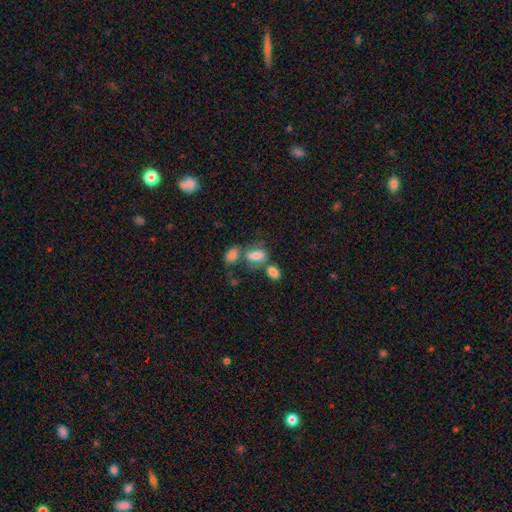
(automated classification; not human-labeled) A smooth galaxy with no disk features (73%) that is in between round and cigar-shaped (86%).

Vote fractions:
- Smooth or featured? smooth: 73% / featured or disk: 16% / star or artifact: 11%
- How rounded? in between: 86% / round: 10% / cigar-shaped: 4%
- Merging? none: 40% / merger: 36% / minor disturbance: 15% / major disturbance: 9%